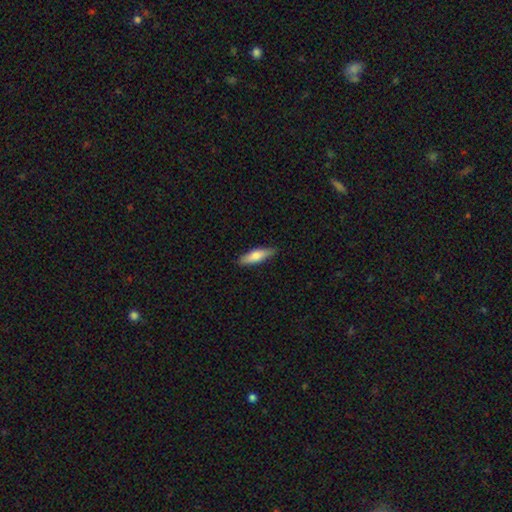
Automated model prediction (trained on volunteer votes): Smooth or featured: smooth — 70% (featured or disk — 24%)
How rounded: cigar-shaped — 59% (in between — 40%)
Merging: none — 87% (minor disturbance — 10%)